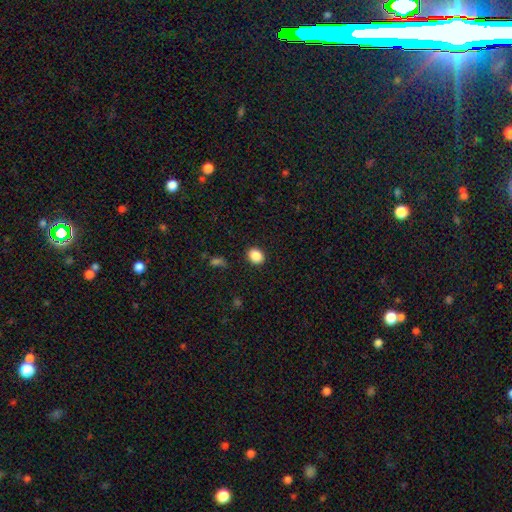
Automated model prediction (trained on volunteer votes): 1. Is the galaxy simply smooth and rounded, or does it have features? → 88% smooth, 9% star or artifact, 3% featured or disk.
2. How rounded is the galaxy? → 53% round, 47% in between, 1% cigar-shaped.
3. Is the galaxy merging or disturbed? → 90% none, 7% minor disturbance, 2% major disturbance, 1% merger.